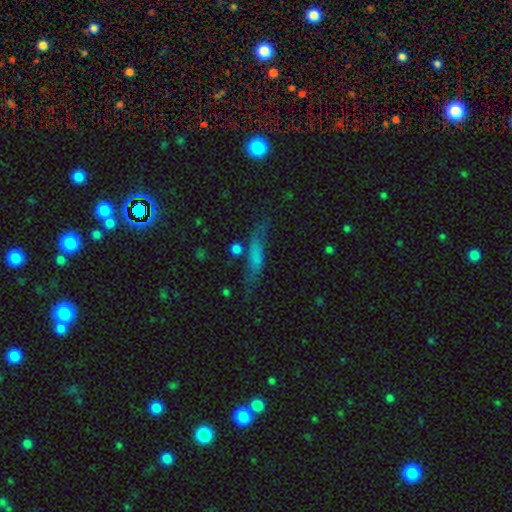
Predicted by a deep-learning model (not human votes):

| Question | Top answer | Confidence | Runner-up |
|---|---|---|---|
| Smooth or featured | smooth | 59% | featured or disk (28%) |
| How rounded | cigar-shaped | 73% | in between (22%) |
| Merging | none | 64% | minor disturbance (21%) |